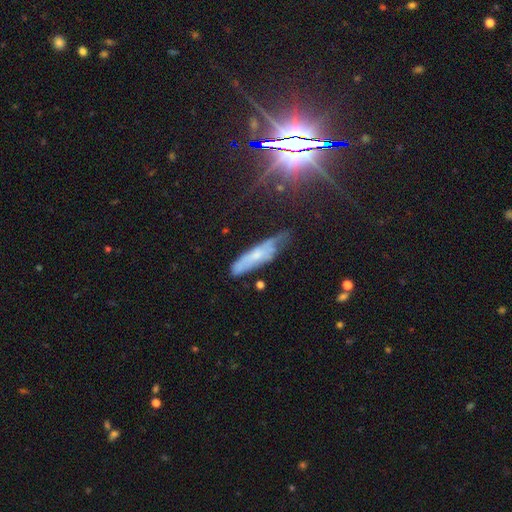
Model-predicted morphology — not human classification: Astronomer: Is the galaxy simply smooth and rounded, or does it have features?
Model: smooth — 43% (runner-up: featured or disk, 42%).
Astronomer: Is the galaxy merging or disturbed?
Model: none — 52% (runner-up: minor disturbance, 34%).